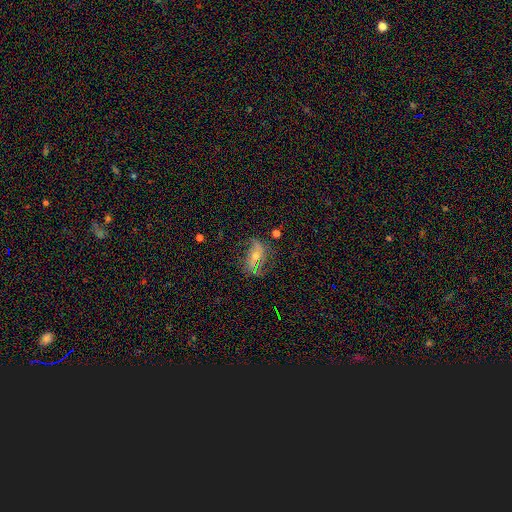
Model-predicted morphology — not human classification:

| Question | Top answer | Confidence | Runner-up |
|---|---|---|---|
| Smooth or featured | featured or disk | 67% | smooth (18%) |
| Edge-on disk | no | 92% | yes (8%) |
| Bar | no | 49% | weak (31%) |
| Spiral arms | yes | 83% | no (17%) |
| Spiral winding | loose | 57% | medium (29%) |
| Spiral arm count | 2 | 75% | can't tell (11%) |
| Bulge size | moderate | 60% | small (33%) |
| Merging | none | 61% | minor disturbance (20%) |